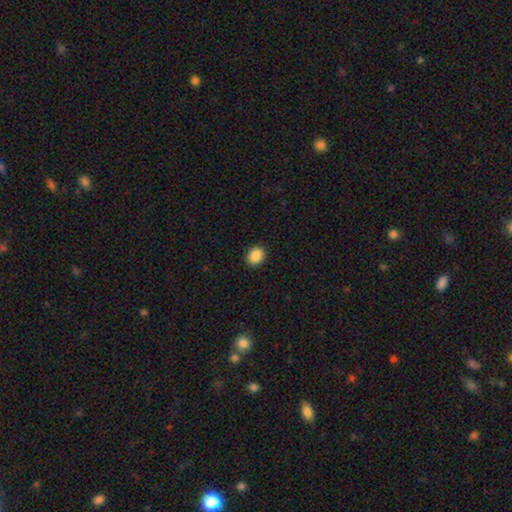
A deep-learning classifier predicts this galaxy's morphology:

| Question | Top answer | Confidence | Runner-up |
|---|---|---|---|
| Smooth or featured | smooth | 89% | star or artifact (9%) |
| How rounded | round | 63% | in between (36%) |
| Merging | none | 91% | minor disturbance (6%) |